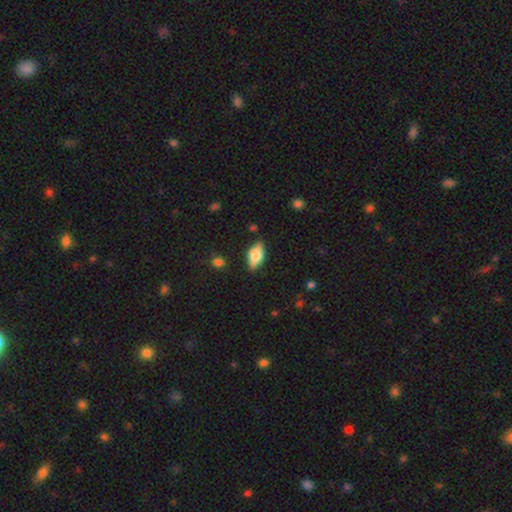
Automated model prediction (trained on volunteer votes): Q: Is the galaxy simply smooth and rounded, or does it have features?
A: smooth — 47%.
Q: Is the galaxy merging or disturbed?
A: none — 80%.